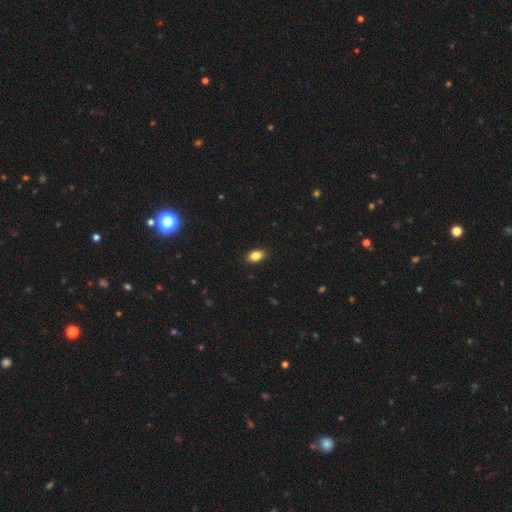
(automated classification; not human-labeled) A smooth galaxy with no disk features (86%) that is in between round and cigar-shaped (88%). Merging: none (89%).